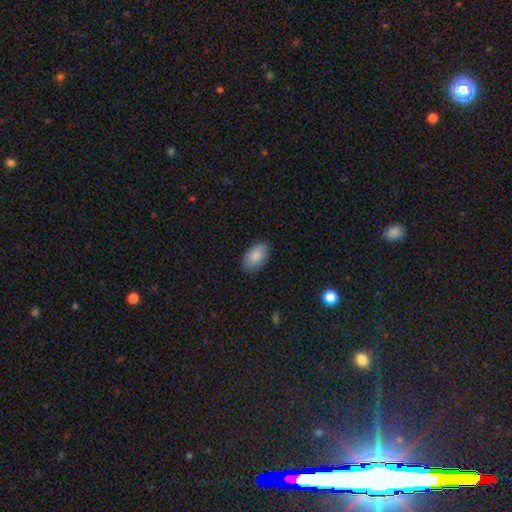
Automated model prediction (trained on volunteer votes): A smooth galaxy with no disk features (88%) that is in between round and cigar-shaped (94%).

Vote fractions:
- Smooth or featured? smooth: 88% / star or artifact: 6% / featured or disk: 6%
- How rounded? in between: 94% / round: 4% / cigar-shaped: 1%
- Merging? none: 87% / minor disturbance: 10% / major disturbance: 2% / merger: 1%